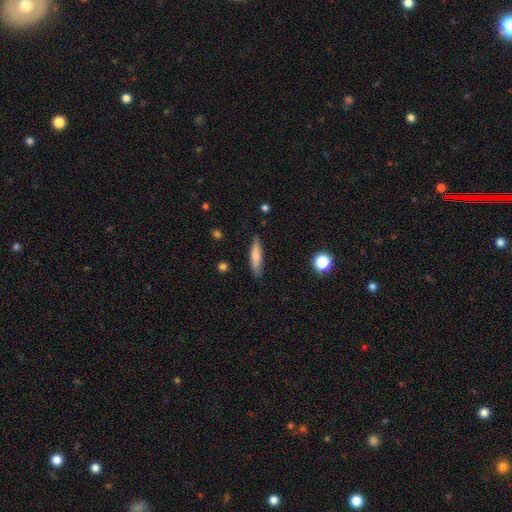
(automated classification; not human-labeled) Q: Smooth or featured?
A: smooth (73%); runner-up: featured or disk (20%)
Q: How rounded?
A: cigar-shaped (81%); runner-up: in between (17%)
Q: Merging?
A: none (82%); runner-up: minor disturbance (13%)